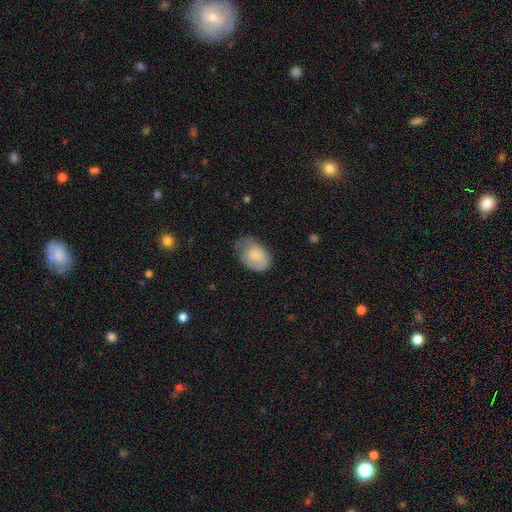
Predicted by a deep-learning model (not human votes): smooth 75%, featured or disk 19%, star or artifact 7%. Down the decision tree: how rounded — in between (83%); merging — minor disturbance (40%).